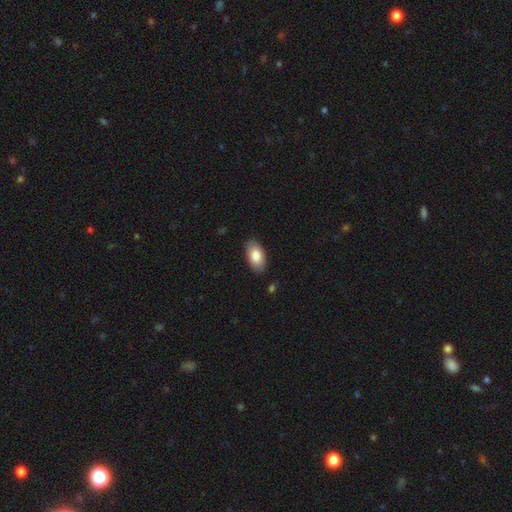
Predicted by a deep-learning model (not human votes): Morphology: type=smooth (82%); roundness=in between (95%); merging=none (86%).